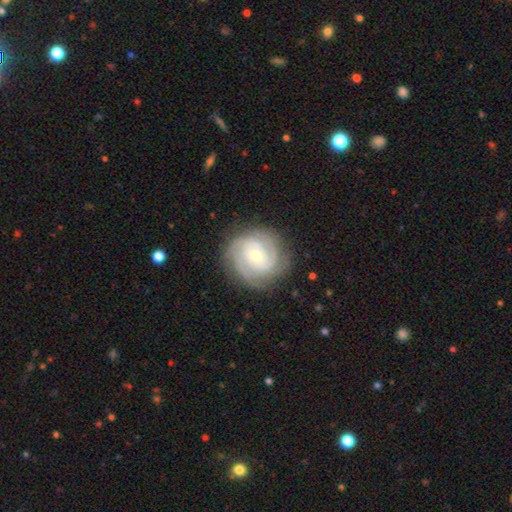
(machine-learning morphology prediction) smooth-or-featured: featured or disk: 87% | smooth: 8% | star or artifact: 5%
  disk-edge-on: no: 98% | yes: 2%
    bar: no: 66% | weak: 26% | strong: 8%
    has-spiral-arms: yes: 97% | no: 3%
      spiral-winding: tight: 78% | medium: 19% | loose: 3%
      spiral-arm-count: 3: 39% | 2: 20% | can't tell: 18% | 4: 13% | more than 4: 6% | 1: 6%
    bulge-size: small: 49% | moderate: 48% | large: 2% | none: 1% | dominant: 1%
  merging: none: 83% | minor disturbance: 13% | major disturbance: 4% | merger: 1%